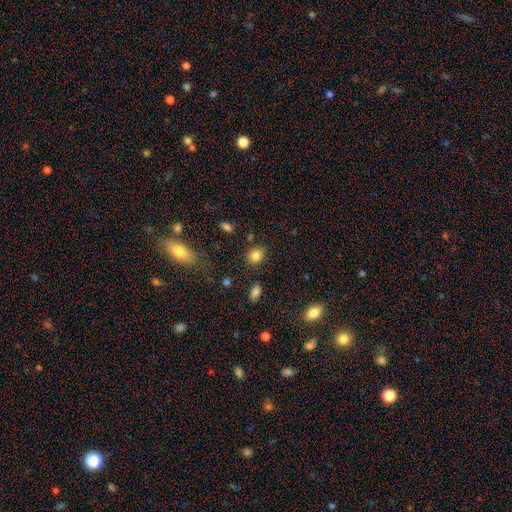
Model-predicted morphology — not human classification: This appears to be a smooth galaxy with no disk features (84%) that is round (70%). Merging: none (83%).